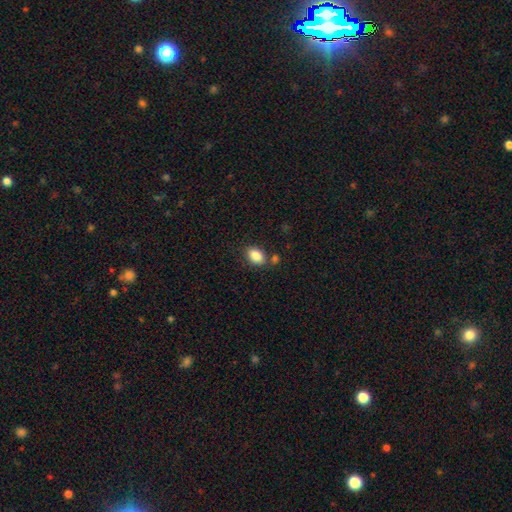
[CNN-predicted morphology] type=smooth (86%); roundness=in between (82%); merging=none (73%).